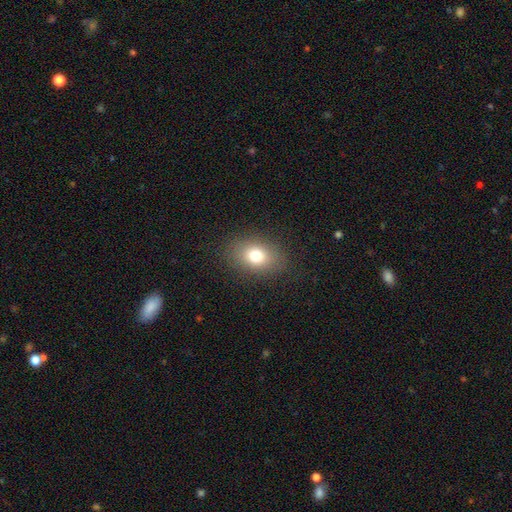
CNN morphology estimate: This is likely a smooth galaxy (76%). How rounded: likely in between (71%). Merging: clearly none (86%).